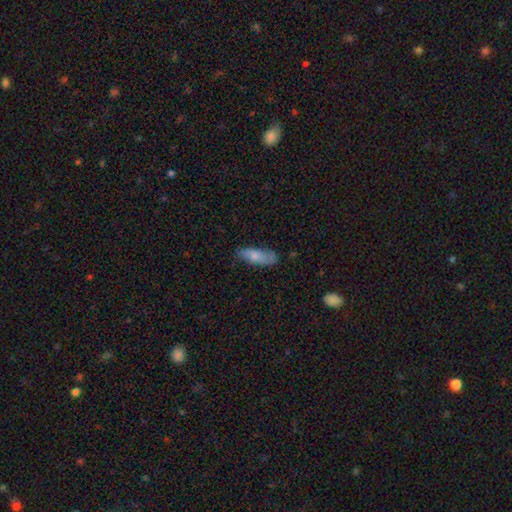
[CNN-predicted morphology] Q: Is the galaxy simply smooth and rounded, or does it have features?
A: smooth — 73%.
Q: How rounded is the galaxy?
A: in between — 60%.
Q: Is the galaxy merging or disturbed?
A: none — 69%.